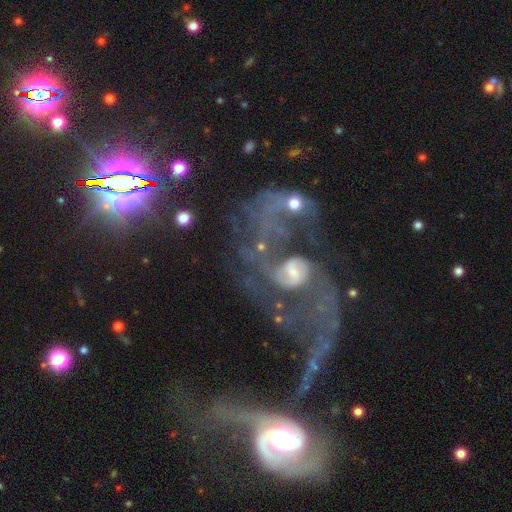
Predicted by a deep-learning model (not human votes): Overall: featured or disk (80%). Edge-on disk: no (96%). Bar: no (50%; weak 35%). Spiral arms: yes (87%). Spiral arm count: 2 (77%). Spiral winding: loose (65%; medium 27%). Bulge size: moderate (42%; small 38%). Merging: merger (38%; major disturbance 31%).